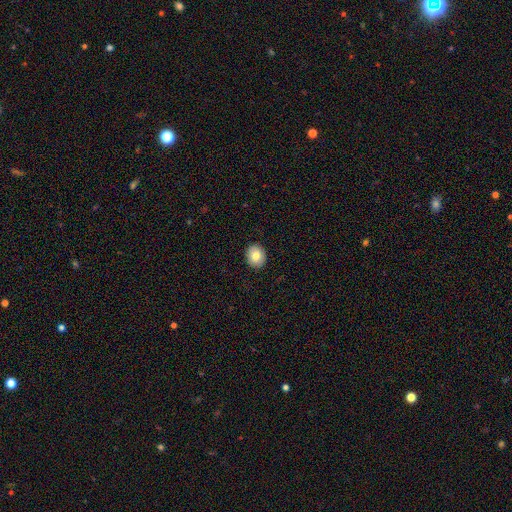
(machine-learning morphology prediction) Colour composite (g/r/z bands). It shows a smooth galaxy with no disk features (80%) that is round (65%). Merging: none (91%).